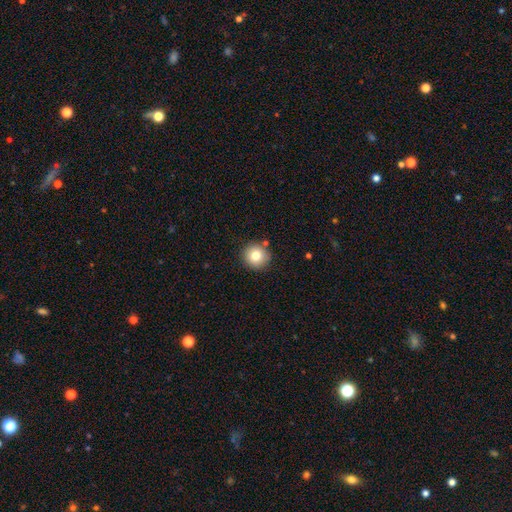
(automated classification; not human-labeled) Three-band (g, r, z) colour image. It shows a smooth galaxy with no disk features (79%) that is round (93%). Merging: none (86%).